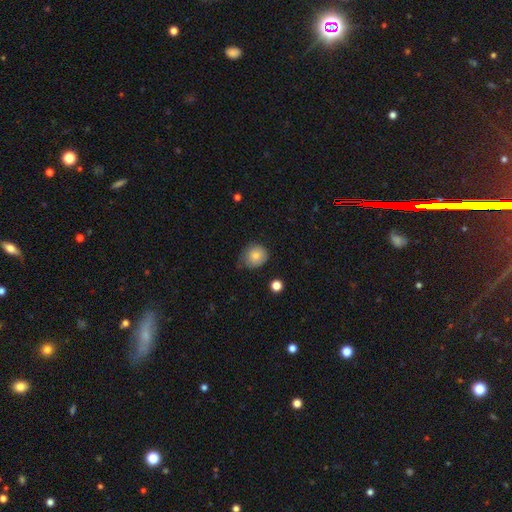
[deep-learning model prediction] This appears to be a smooth galaxy with no disk features (81%) that is round (80%). Merging: none (60%).